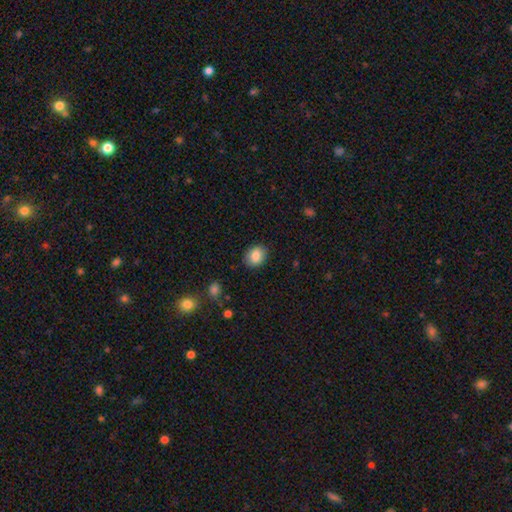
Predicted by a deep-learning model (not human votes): The model was most divided on "how rounded": in between: 55%, round: 44%, cigar-shaped: 1%. More confident: merging — none (87%); smooth or featured — smooth (85%).